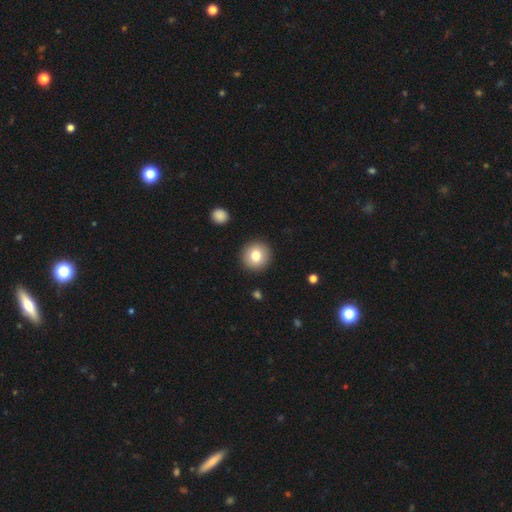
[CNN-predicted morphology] Smooth or featured?
  - smooth: 79% *
  - featured or disk: 12%
  - star or artifact: 9%
How rounded?
  - round: 94% *
  - in between: 5%
  - cigar-shaped: 1%
Merging?
  - none: 91% *
  - minor disturbance: 5%
  - major disturbance: 2%
  - merger: 1%